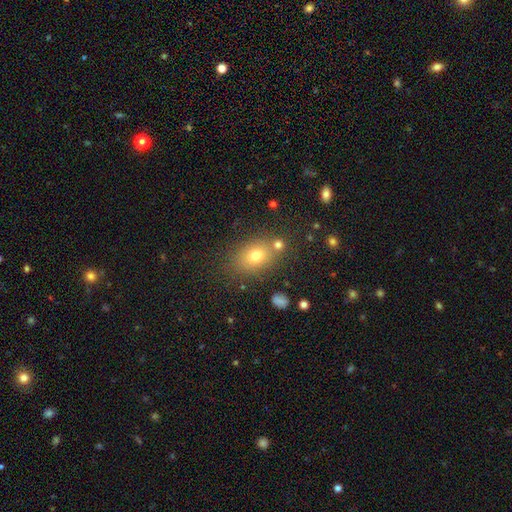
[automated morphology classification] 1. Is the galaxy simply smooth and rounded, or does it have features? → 74% smooth, 13% star or artifact, 13% featured or disk.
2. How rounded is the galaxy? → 72% in between, 27% round, 2% cigar-shaped.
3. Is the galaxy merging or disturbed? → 71% none, 12% minor disturbance, 12% merger, 4% major disturbance.